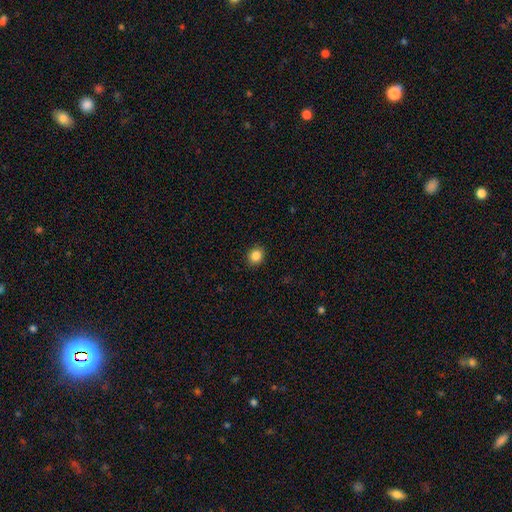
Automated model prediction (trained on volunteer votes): Q: Smooth or featured?
A: smooth (86%); runner-up: star or artifact (10%)
Q: How rounded?
A: round (71%); runner-up: in between (28%)
Q: Merging?
A: none (90%); runner-up: minor disturbance (7%)